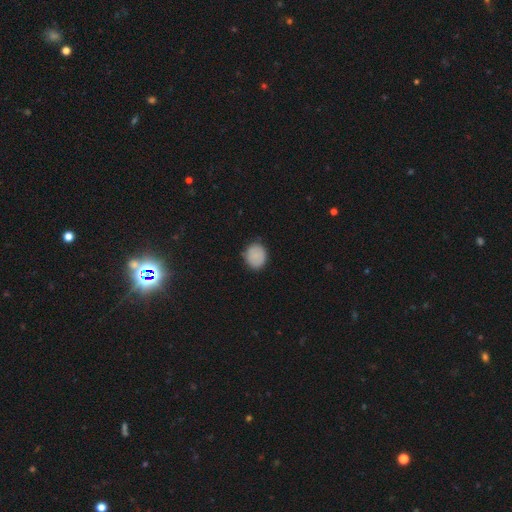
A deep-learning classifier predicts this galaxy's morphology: smooth_or_featured: smooth (p=0.85) [alt: star or artifact p=0.09]
how_rounded: round (p=0.71) [alt: in between p=0.28]
merging: none (p=0.82) [alt: minor disturbance p=0.14]